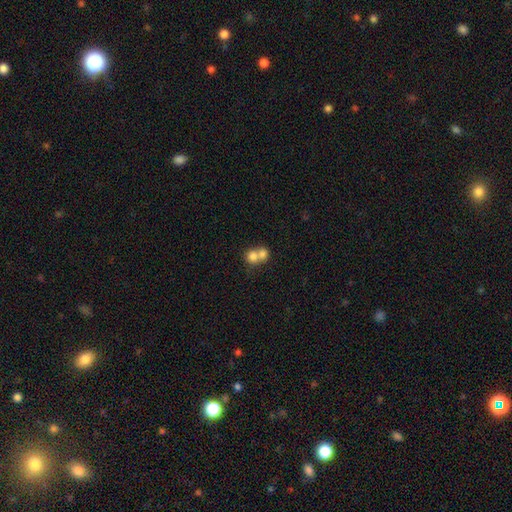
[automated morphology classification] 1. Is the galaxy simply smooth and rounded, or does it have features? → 75% smooth, 16% featured or disk, 10% star or artifact.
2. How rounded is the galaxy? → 78% round, 21% in between, 1% cigar-shaped.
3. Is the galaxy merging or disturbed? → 69% merger, 25% none, 4% minor disturbance, 2% major disturbance.